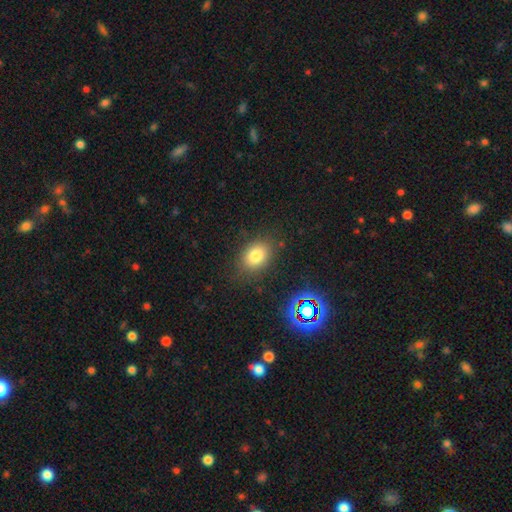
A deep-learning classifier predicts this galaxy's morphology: This appears to be a smooth galaxy with no disk features (79%) that is in between round and cigar-shaped (68%). Merging: none (80%).